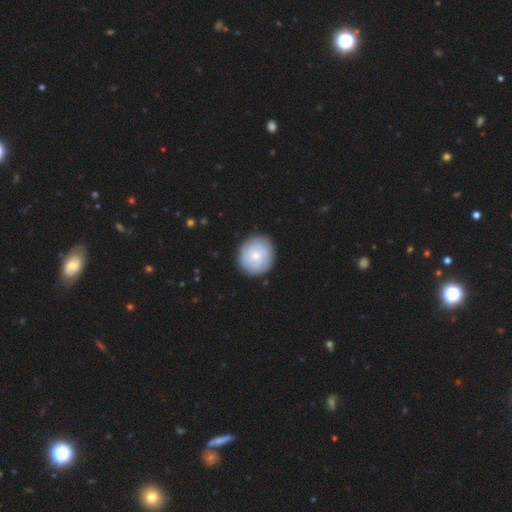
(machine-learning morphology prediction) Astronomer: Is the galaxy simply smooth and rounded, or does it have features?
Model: smooth — 62%.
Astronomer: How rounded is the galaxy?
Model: round — 88%.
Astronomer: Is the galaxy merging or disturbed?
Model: none — 86%.